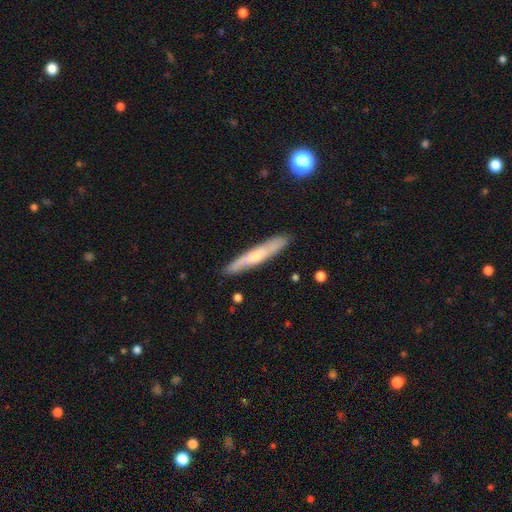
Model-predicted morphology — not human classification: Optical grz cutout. It shows a smooth galaxy with no disk features (49%). Merging: none (86%).